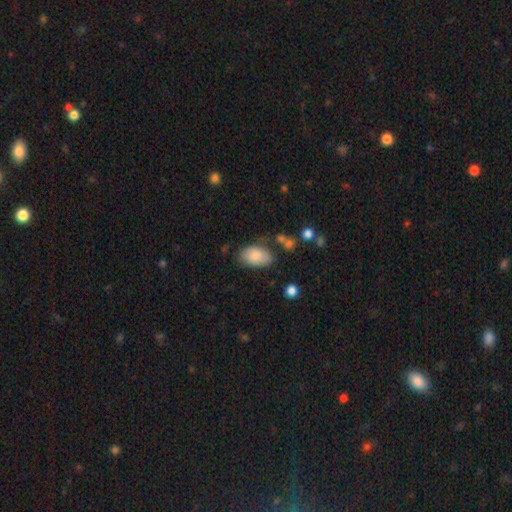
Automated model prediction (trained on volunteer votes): A smooth galaxy with no disk features (83%) that is in between round and cigar-shaped (94%). Merging: none (67%).